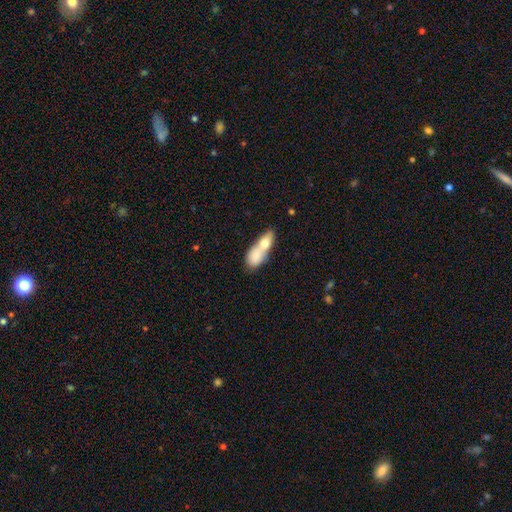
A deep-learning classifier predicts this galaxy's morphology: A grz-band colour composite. It shows a smooth galaxy with no disk features (72%) that is in between round and cigar-shaped (73%). Merging: merger (72%).